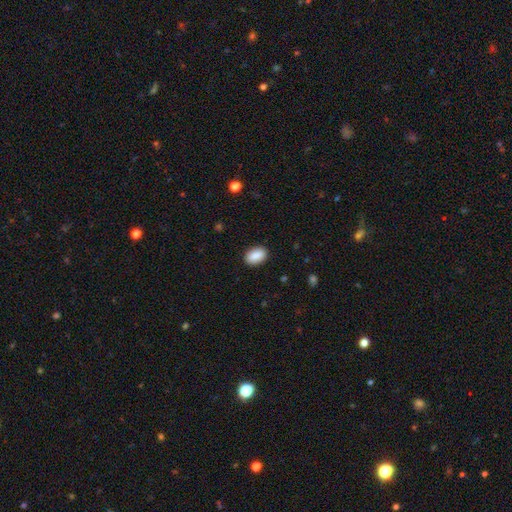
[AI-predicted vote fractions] smooth_or_featured: smooth (p=0.87) [alt: star or artifact p=0.07]
how_rounded: in between (p=0.88) [alt: round p=0.10]
merging: none (p=0.89) [alt: minor disturbance p=0.08]